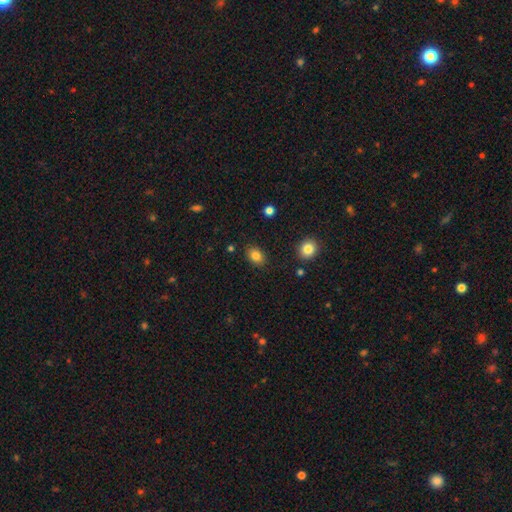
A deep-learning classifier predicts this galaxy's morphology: smooth_or_featured: smooth (p=0.84) [alt: star or artifact p=0.09]
how_rounded: in between (p=0.74) [alt: round p=0.25]
merging: none (p=0.85) [alt: minor disturbance p=0.10]